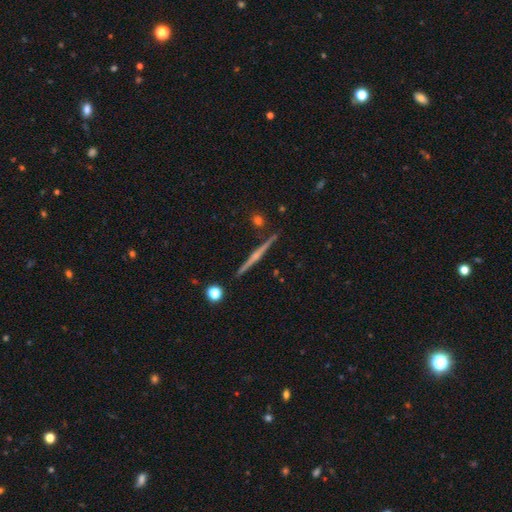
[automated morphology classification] The model was most divided on "edge-on bulge": rounded: 62%, none: 30%, boxy: 8%. More confident: edge-on disk — yes (98%); merging — none (91%); smooth or featured — featured or disk (77%).